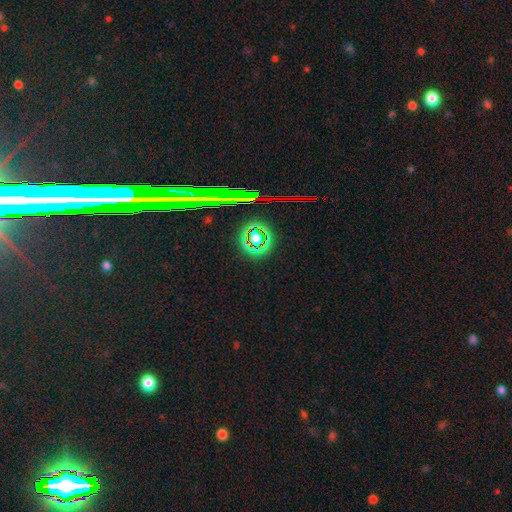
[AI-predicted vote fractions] Smooth or featured?
  - star or artifact: 73% *
  - featured or disk: 15%
  - smooth: 12%